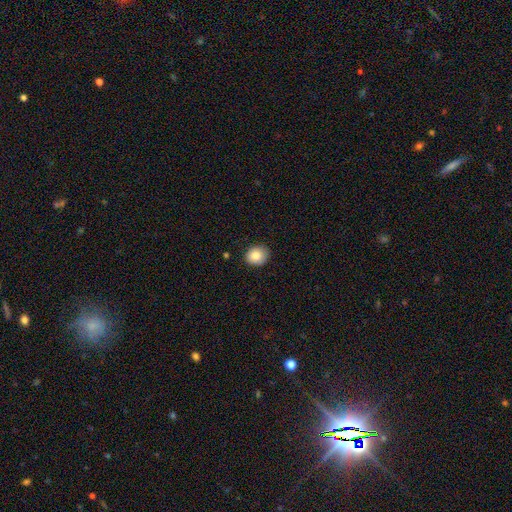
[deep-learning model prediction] Smooth or featured?
  - smooth: 85% *
  - star or artifact: 9%
  - featured or disk: 7%
How rounded?
  - round: 72% *
  - in between: 27%
  - cigar-shaped: 1%
Merging?
  - none: 85% *
  - minor disturbance: 11%
  - major disturbance: 2%
  - merger: 1%